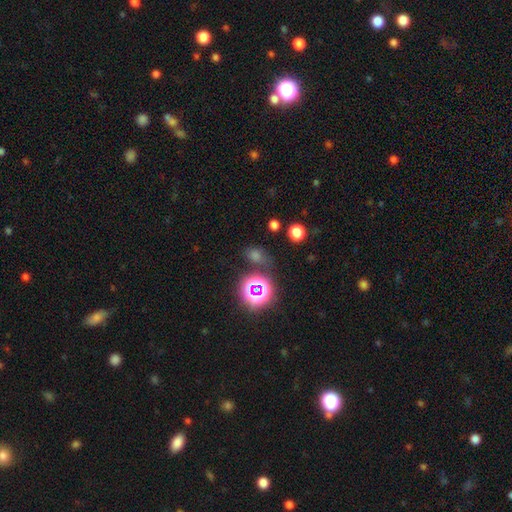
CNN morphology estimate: smooth_or_featured: star or artifact (p=0.55) [alt: smooth p=0.36]